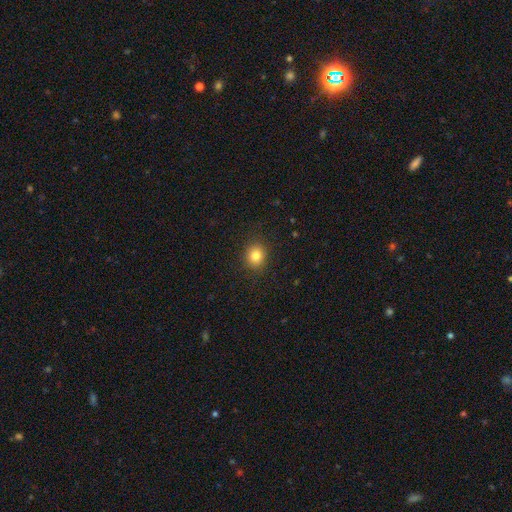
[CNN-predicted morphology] Smooth or featured? Predicted: smooth (p=0.81). How rounded? Predicted: round (p=0.80). Merging? Predicted: none (p=0.89).